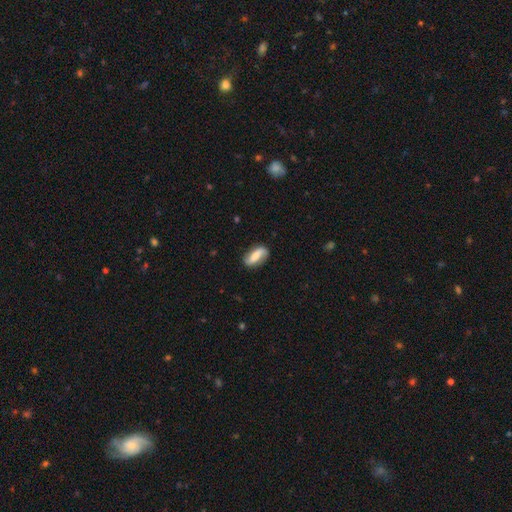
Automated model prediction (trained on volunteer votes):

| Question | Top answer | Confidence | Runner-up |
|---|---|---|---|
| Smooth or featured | featured or disk | 52% | smooth (41%) |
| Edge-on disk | no | 90% | yes (10%) |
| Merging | none | 81% | minor disturbance (14%) |